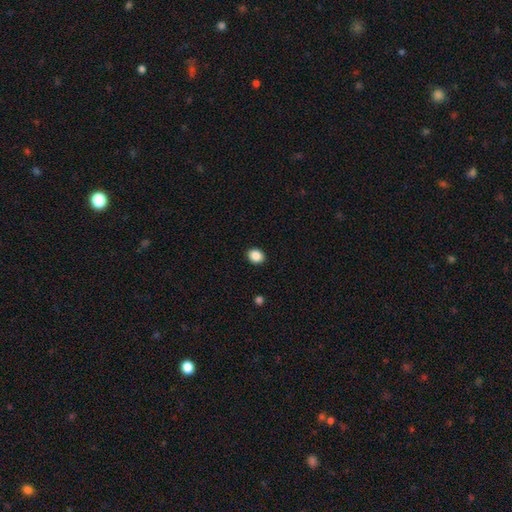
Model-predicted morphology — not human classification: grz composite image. It shows a smooth galaxy with no disk features (88%) that is round (56%). Merging: none (91%).